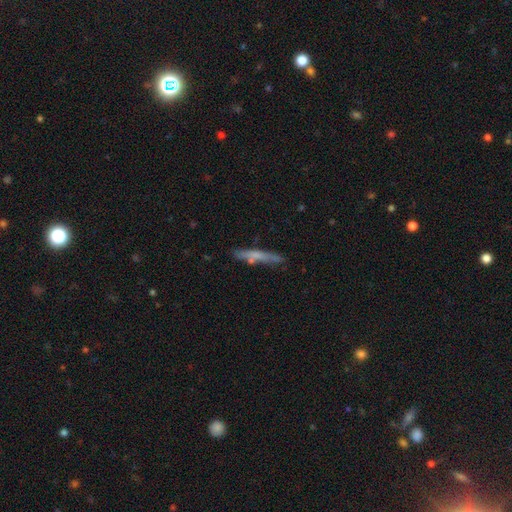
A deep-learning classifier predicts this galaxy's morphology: Smooth or featured? Predicted: smooth (p=0.58). How rounded? Predicted: cigar-shaped (p=0.94). Merging? Predicted: none (p=0.79).